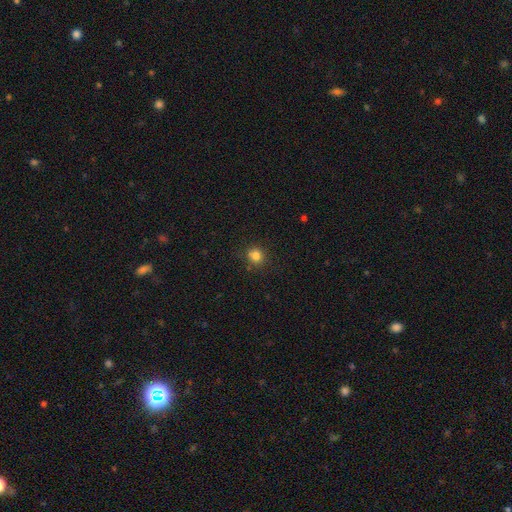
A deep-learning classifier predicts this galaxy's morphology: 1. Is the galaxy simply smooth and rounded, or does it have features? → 82% smooth, 13% star or artifact, 5% featured or disk.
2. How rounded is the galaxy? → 86% round, 13% in between, 1% cigar-shaped.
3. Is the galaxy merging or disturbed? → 85% none, 9% minor disturbance, 3% major disturbance, 3% merger.